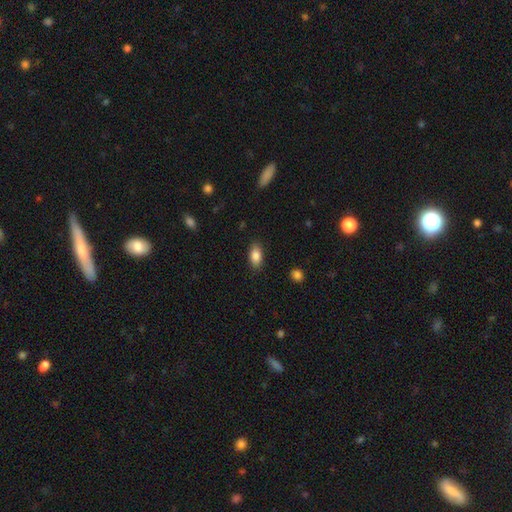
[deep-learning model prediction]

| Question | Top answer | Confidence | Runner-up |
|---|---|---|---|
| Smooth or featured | smooth | 86% | star or artifact (7%) |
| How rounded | in between | 89% | cigar-shaped (6%) |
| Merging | none | 85% | minor disturbance (11%) |